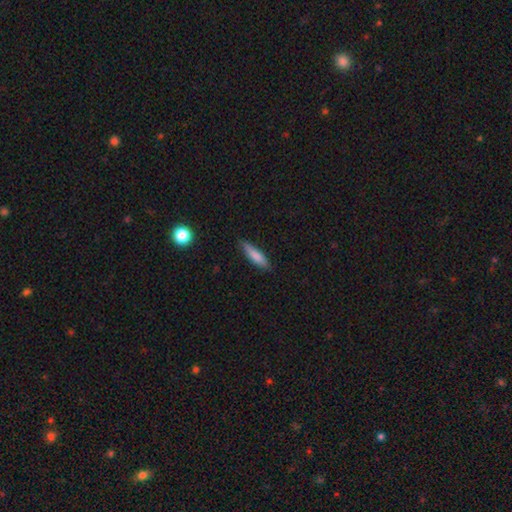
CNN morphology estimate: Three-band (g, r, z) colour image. It shows a smooth galaxy with no disk features (80%) that is cigar-shaped (72%). Merging: none (80%).